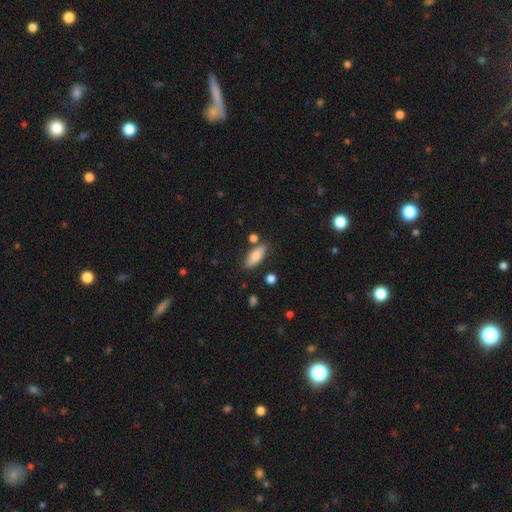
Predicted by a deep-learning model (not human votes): smooth-or-featured: smooth: 76% | featured or disk: 17% | star or artifact: 7%
  how-rounded: in between: 77% | cigar-shaped: 20% | round: 3%
  merging: none: 78% | minor disturbance: 14% | merger: 6% | major disturbance: 3%